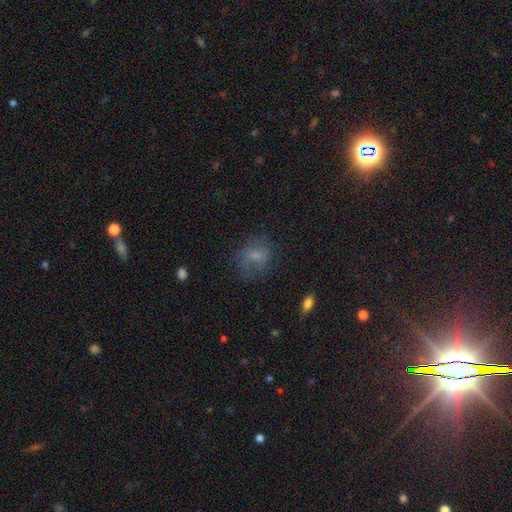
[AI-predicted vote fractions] smooth-or-featured: smooth: 61% | featured or disk: 26% | star or artifact: 14%
  how-rounded: in between: 53% | round: 45% | cigar-shaped: 2%
  merging: none: 57% | minor disturbance: 22% | major disturbance: 19% | merger: 2%